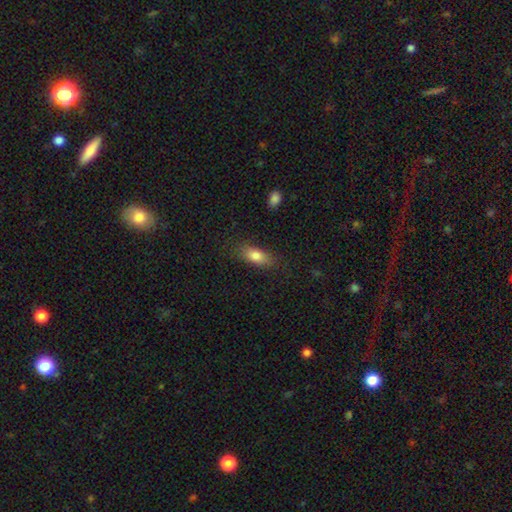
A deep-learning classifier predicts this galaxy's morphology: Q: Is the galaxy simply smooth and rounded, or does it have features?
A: smooth — 81%.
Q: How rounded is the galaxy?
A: in between — 80%.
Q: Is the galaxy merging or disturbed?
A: none — 80%.